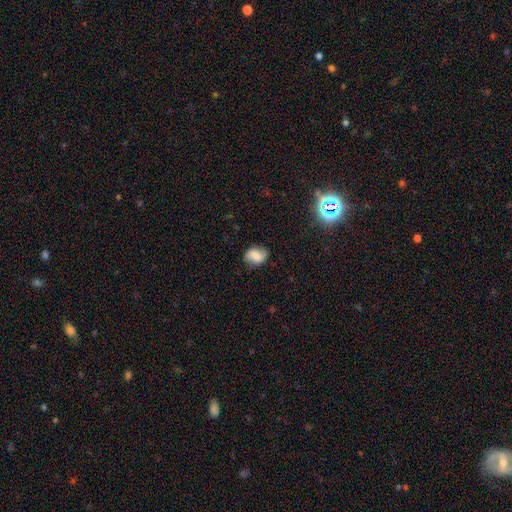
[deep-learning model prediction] Morphology: type=smooth (53%); roundness=in between (61%); merging=none (76%).